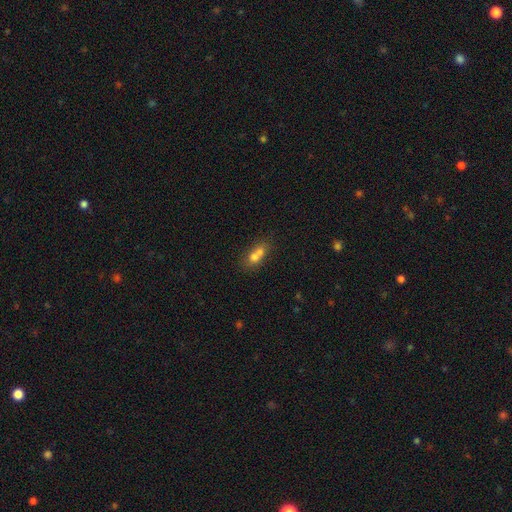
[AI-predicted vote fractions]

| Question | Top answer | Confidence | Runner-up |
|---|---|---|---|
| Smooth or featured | smooth | 67% | featured or disk (22%) |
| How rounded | in between | 49% | round (47%) |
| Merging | merger | 66% | none (23%) |